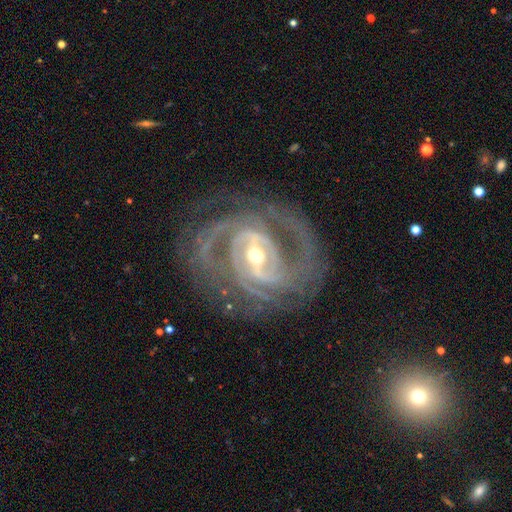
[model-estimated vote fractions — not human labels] Smooth or featured? Predicted: featured or disk (p=0.92). Edge-on disk? Predicted: no (p=0.97). Bar? Predicted: strong (p=0.53). Spiral arms? Predicted: yes (p=0.98). Spiral winding? Predicted: tight (p=0.57). Spiral arm count? Predicted: 2 (p=0.34). Bulge size? Predicted: moderate (p=0.51). Merging? Predicted: none (p=0.73).